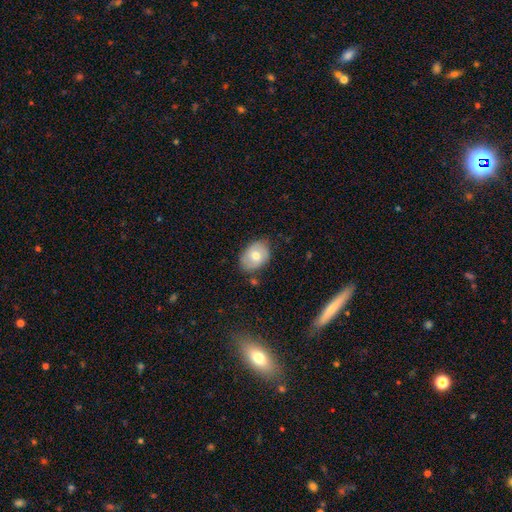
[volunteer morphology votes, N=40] This is possibly a smooth galaxy (55%). How rounded: clearly in between (82%). Merging: likely none (72%).